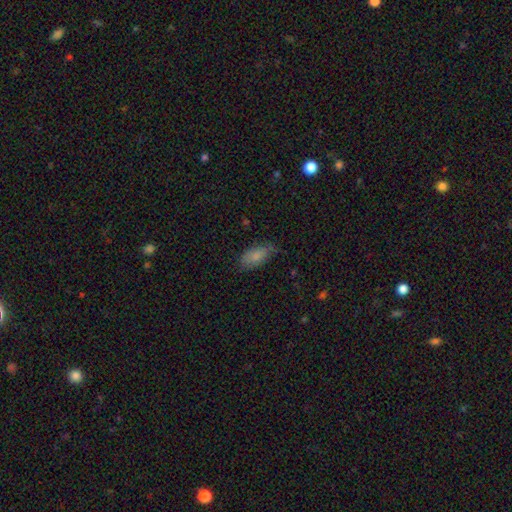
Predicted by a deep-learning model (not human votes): A smooth galaxy with no disk features (81%) that is in between round and cigar-shaped (89%).

Vote fractions:
- Smooth or featured? smooth: 81% / featured or disk: 12% / star or artifact: 7%
- How rounded? in between: 89% / cigar-shaped: 9% / round: 2%
- Merging? none: 65% / minor disturbance: 28% / major disturbance: 6% / merger: 2%